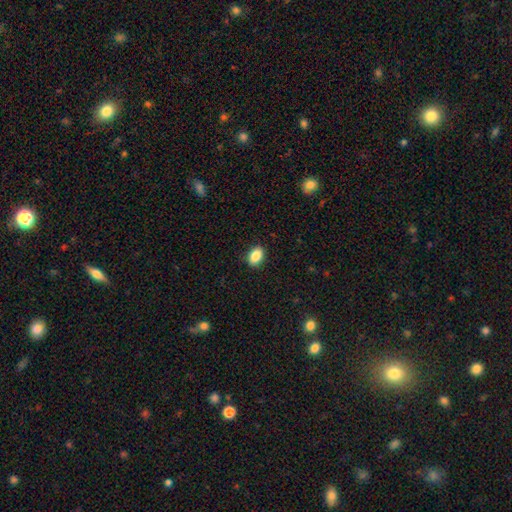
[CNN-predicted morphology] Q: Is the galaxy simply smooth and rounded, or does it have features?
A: smooth — 88%.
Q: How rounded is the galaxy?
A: in between — 83%.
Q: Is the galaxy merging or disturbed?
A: none — 89%.